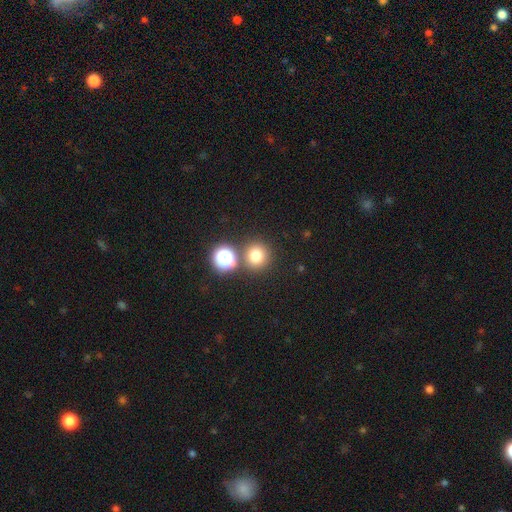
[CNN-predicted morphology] Smooth or featured: smooth — 74% (star or artifact — 19%)
How rounded: round — 92% (in between — 7%)
Merging: none — 76% (merger — 13%)